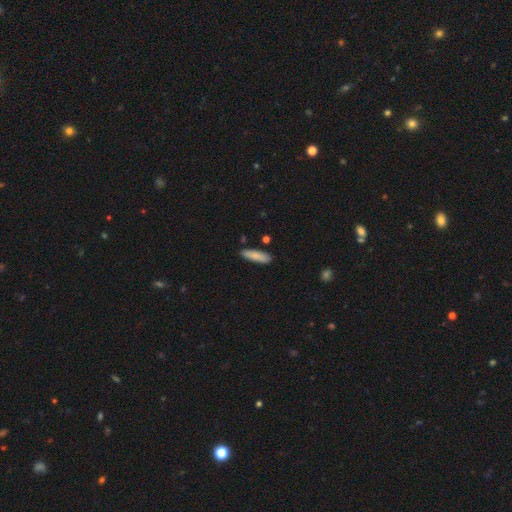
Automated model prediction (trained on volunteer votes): A smooth galaxy with no disk features (82%) that is cigar-shaped (62%). Merging: none (86%).